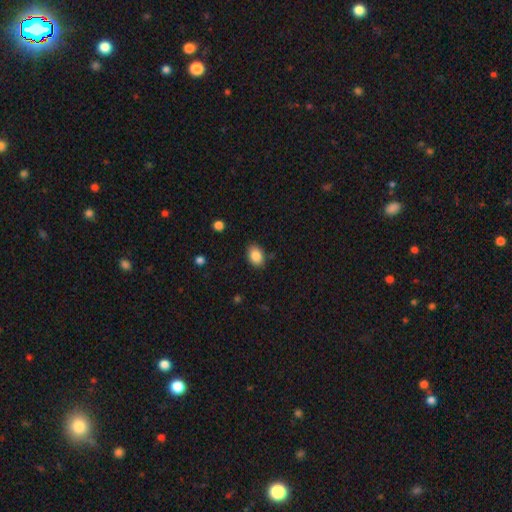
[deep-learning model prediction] The model was most divided on "how rounded": in between: 77%, round: 22%, cigar-shaped: 1%. More confident: smooth or featured — smooth (86%); merging — none (84%).